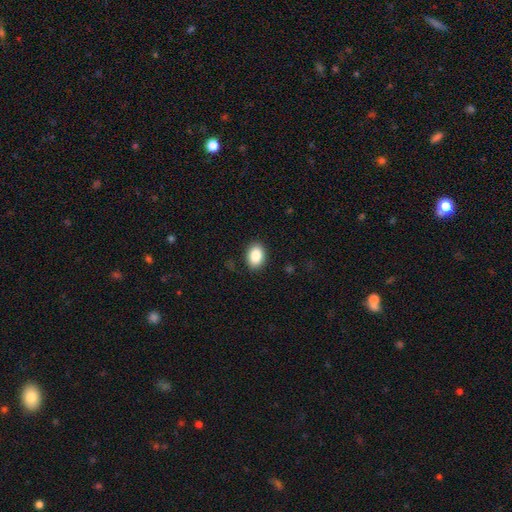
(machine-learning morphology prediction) type=smooth (87%); roundness=in between (80%); merging=none (87%).